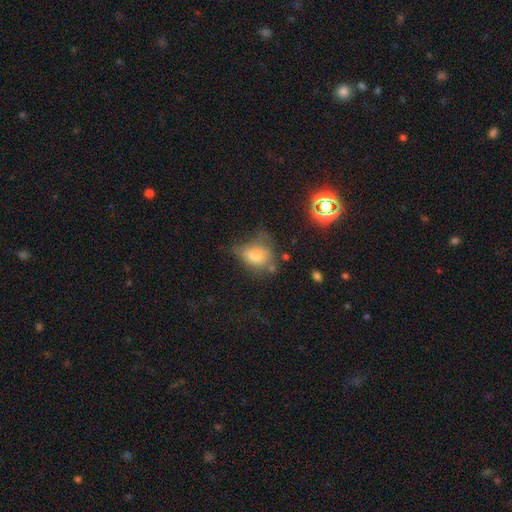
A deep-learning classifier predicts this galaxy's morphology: type=smooth (65%); roundness=in between (60%); merging=none (38%).